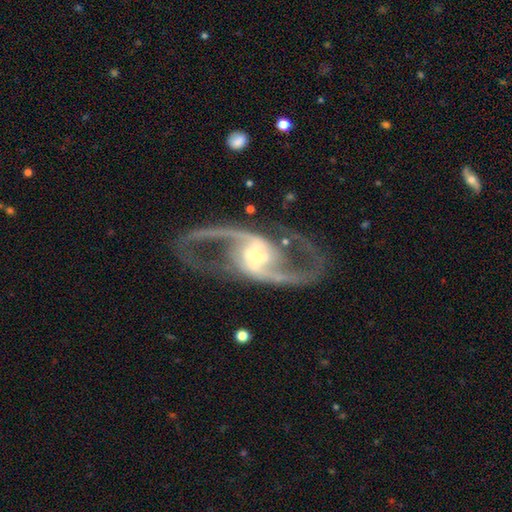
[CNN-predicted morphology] Smooth or featured?
  - featured or disk: 93% *
  - star or artifact: 4%
  - smooth: 3%
Edge-on disk?
  - no: 97% *
  - yes: 3%
Bar?
  - strong: 53% *
  - weak: 35%
  - no: 12%
Spiral arms?
  - yes: 97% *
  - no: 3%
Spiral winding?
  - medium: 49% *
  - loose: 41%
  - tight: 9%
Spiral arm count?
  - 2: 94% *
  - can't tell: 1%
  - 1: 1%
  - 3: 1%
  - 4: 1%
  - more than 4: 1%
Bulge size?
  - small: 48% *
  - moderate: 40%
  - large: 7%
  - none: 3%
  - dominant: 2%
Merging?
  - none: 75% *
  - minor disturbance: 12%
  - major disturbance: 10%
  - merger: 3%